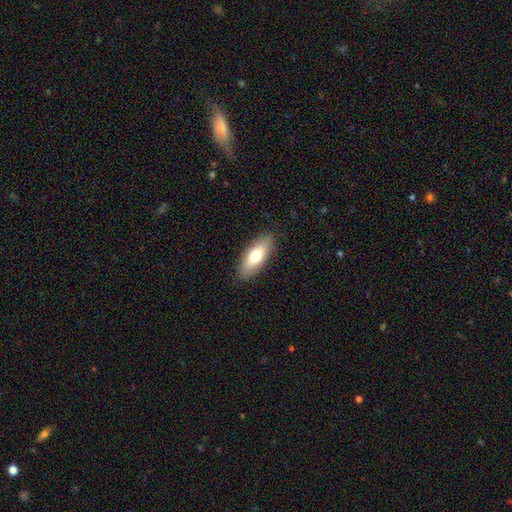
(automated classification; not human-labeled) This is likely a smooth galaxy (71%). How rounded: likely in between (72%). Merging: clearly none (87%).